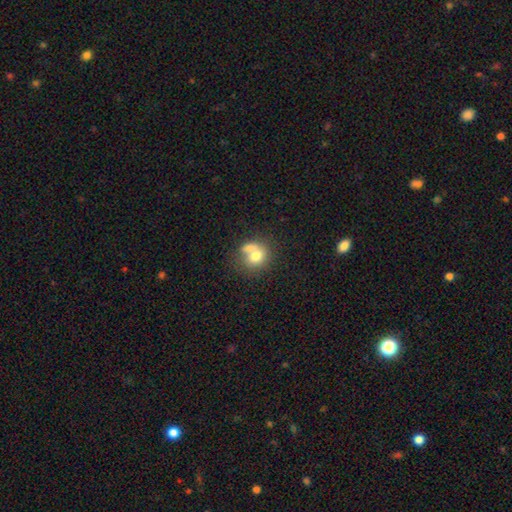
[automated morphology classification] Smooth or featured: smooth — 71% (featured or disk — 20%)
How rounded: round — 66% (in between — 33%)
Merging: merger — 47% (none — 32%)